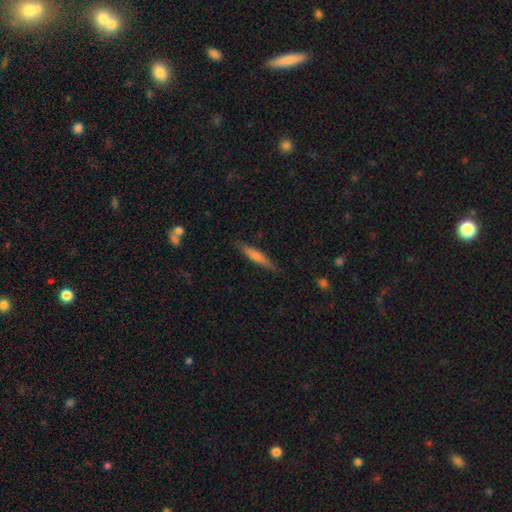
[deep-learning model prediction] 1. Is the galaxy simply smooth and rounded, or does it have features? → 56% smooth, 38% featured or disk, 6% star or artifact.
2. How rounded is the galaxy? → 92% cigar-shaped, 6% in between, 2% round.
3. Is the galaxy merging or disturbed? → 88% none, 9% minor disturbance, 2% major disturbance, 1% merger.